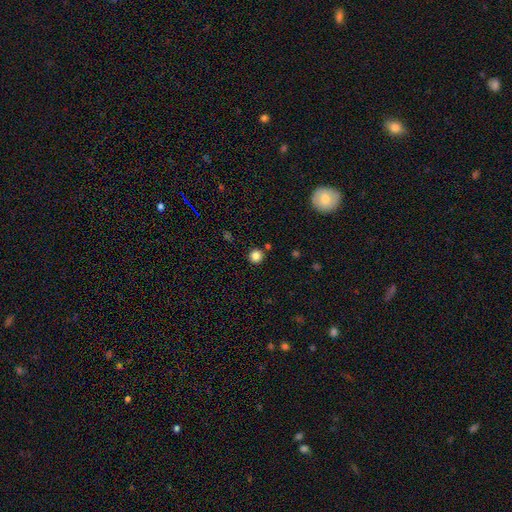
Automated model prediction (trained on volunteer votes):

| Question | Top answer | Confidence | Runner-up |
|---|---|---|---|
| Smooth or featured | smooth | 84% | star or artifact (12%) |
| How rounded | round | 94% | in between (5%) |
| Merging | none | 88% | minor disturbance (6%) |